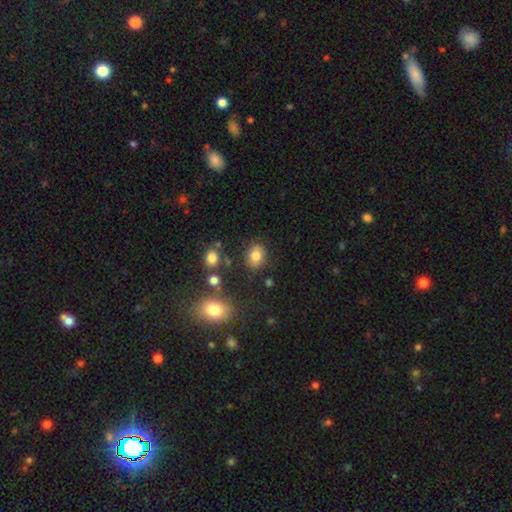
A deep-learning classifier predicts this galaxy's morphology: A smooth galaxy with no disk features (79%) that is in between round and cigar-shaped (57%). Merging: none (81%).